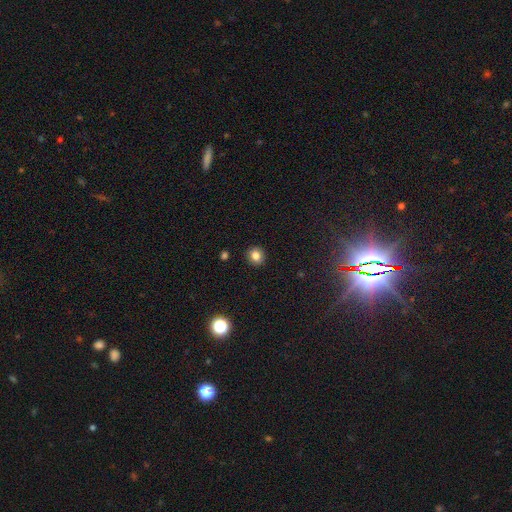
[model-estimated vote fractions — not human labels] This appears to be a smooth galaxy with no disk features (82%) that is round (82%). Merging: none (91%).